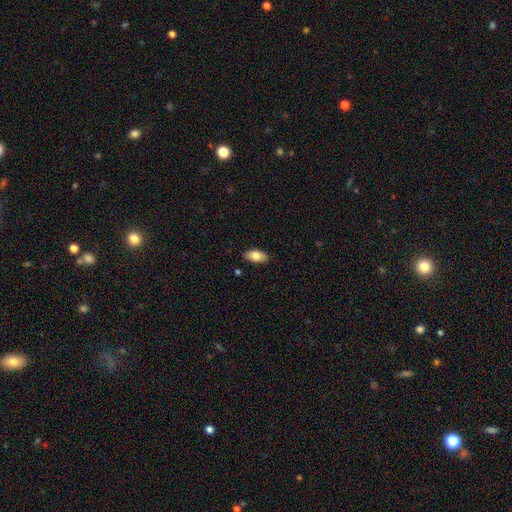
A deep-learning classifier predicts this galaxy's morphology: This is likely a smooth galaxy (80%). How rounded: clearly in between (91%). Merging: clearly none (87%).